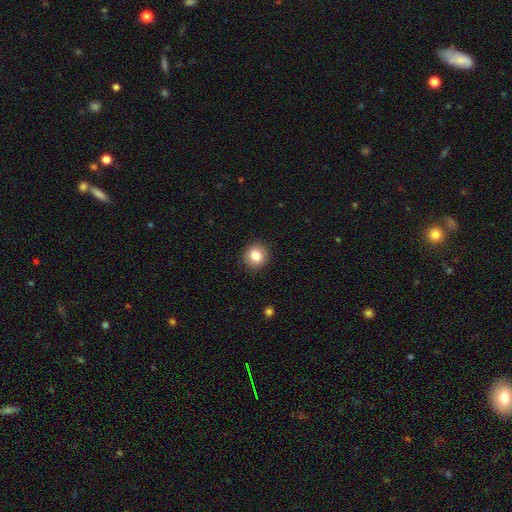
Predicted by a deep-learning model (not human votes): Smooth or featured? smooth (84%)
How rounded? round (85%)
Merging? none (90%)